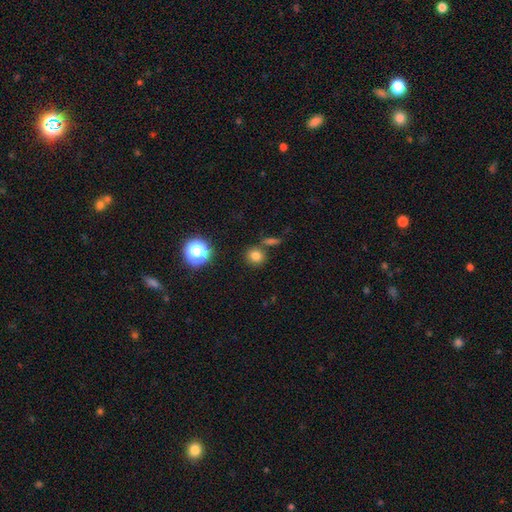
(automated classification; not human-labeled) Smooth or featured?
  - smooth: 78% *
  - star or artifact: 15%
  - featured or disk: 7%
How rounded?
  - round: 83% *
  - in between: 16%
  - cigar-shaped: 1%
Merging?
  - none: 77% *
  - merger: 11%
  - minor disturbance: 9%
  - major disturbance: 3%